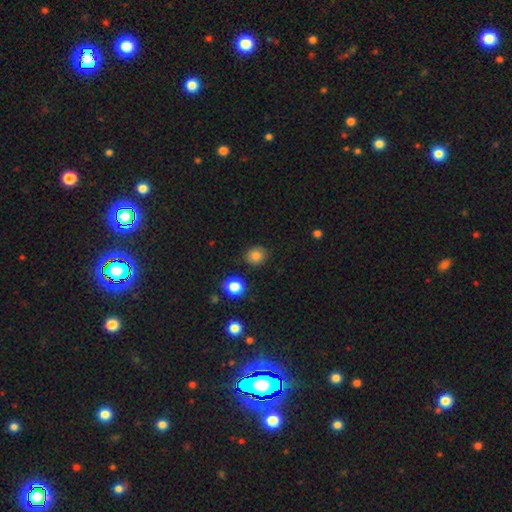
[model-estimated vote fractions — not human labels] Smooth or featured? smooth (82%)
How rounded? round (81%)
Merging? none (87%)